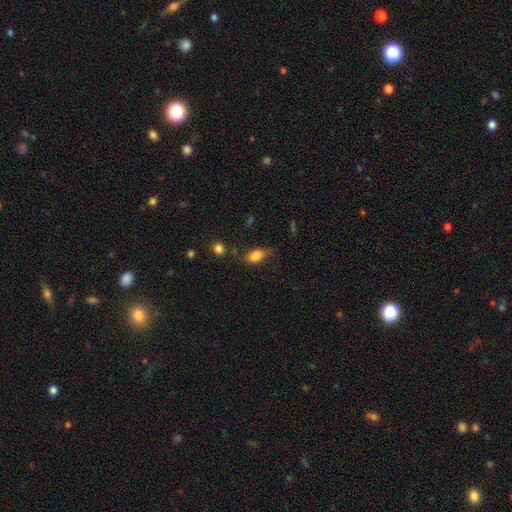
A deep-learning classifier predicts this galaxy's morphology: Smooth or featured? smooth (83%)
How rounded? in between (85%)
Merging? none (66%)